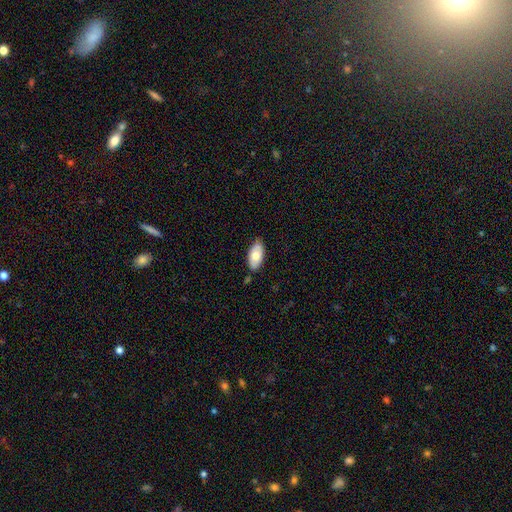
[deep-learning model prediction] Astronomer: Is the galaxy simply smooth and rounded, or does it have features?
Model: smooth — 70%.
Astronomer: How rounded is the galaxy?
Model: in between — 94%.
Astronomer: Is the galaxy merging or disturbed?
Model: none — 77%.